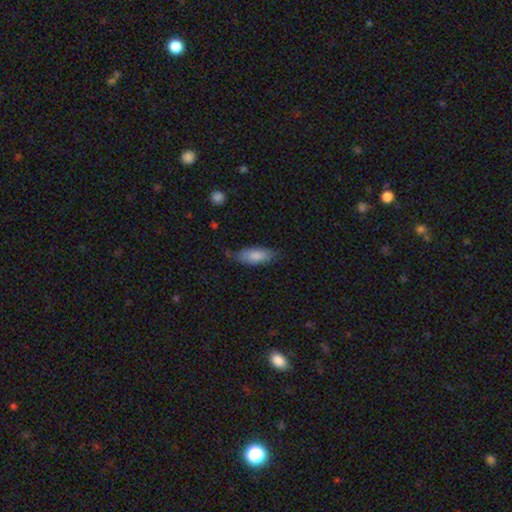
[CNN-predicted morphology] Smooth or featured? smooth (83%)
How rounded? in between (77%)
Merging? none (68%)